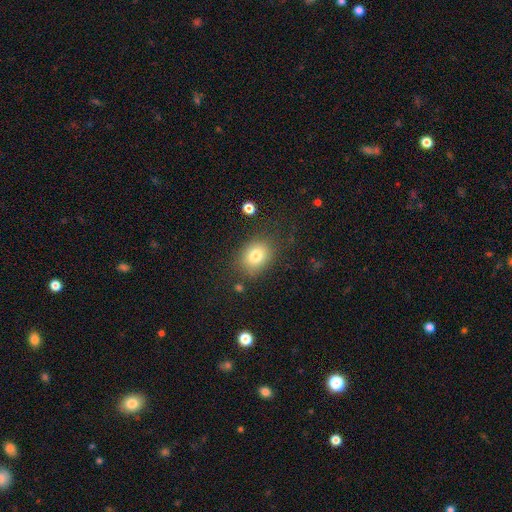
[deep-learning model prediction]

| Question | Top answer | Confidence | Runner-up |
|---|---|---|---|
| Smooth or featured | smooth | 80% | star or artifact (10%) |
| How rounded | in between | 56% | round (43%) |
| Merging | none | 77% | minor disturbance (14%) |